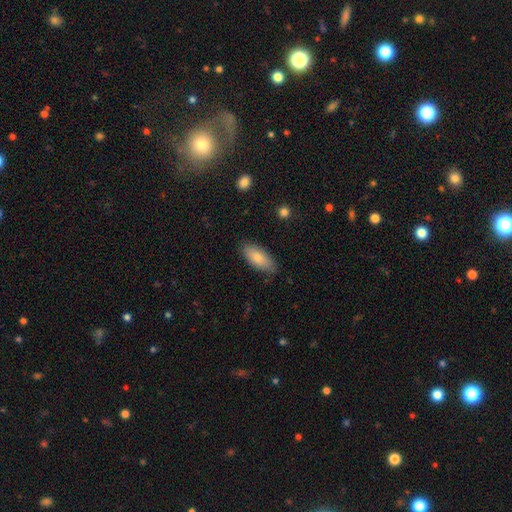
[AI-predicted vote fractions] A smooth galaxy with no disk features (76%) that is in between round and cigar-shaped (81%).

Vote fractions:
- Smooth or featured? smooth: 76% / featured or disk: 16% / star or artifact: 7%
- How rounded? in between: 81% / cigar-shaped: 17% / round: 2%
- Merging? none: 85% / minor disturbance: 12% / major disturbance: 2% / merger: 1%